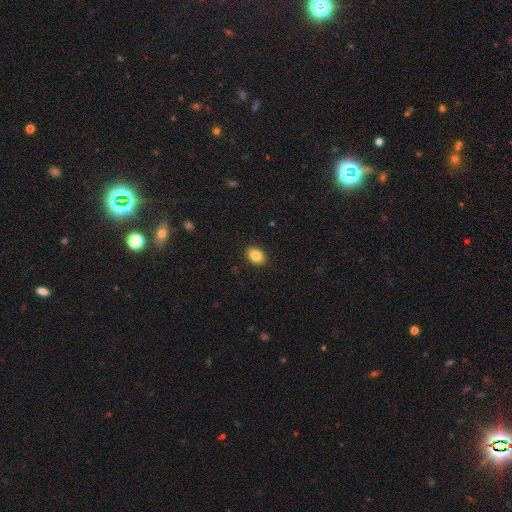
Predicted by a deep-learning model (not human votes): This is clearly a smooth galaxy (85%). How rounded: likely in between (70%). Merging: clearly none (90%).